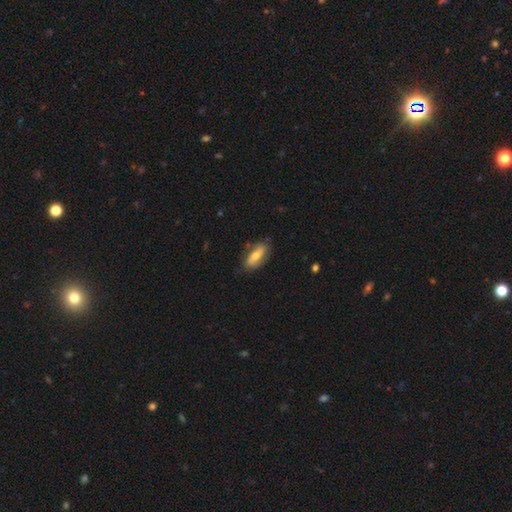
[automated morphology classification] smooth-or-featured: smooth: 52% | featured or disk: 41% | star or artifact: 7%
  how-rounded: in between: 77% | cigar-shaped: 19% | round: 4%
  merging: none: 75% | minor disturbance: 19% | major disturbance: 5% | merger: 2%